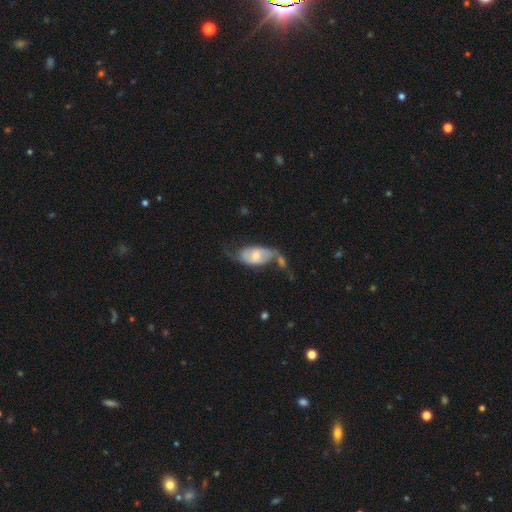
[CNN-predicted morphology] This is possibly a featured or disk galaxy (58%). It is clearly not viewed edge-on (92%). Bar: possibly no (58%). Spiral arm pattern: likely yes (76%). Central bulge: possibly moderate (48%). Merging: marginally none (32%).